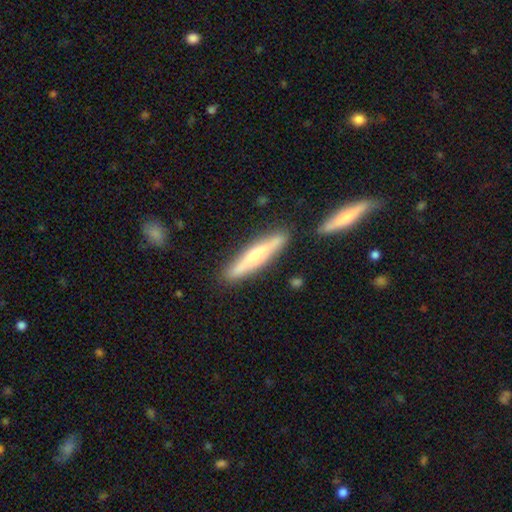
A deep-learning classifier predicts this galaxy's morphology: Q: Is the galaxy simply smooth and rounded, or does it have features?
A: featured or disk — 54%.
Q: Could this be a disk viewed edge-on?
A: yes — 92%.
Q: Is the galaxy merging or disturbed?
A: none — 83%.